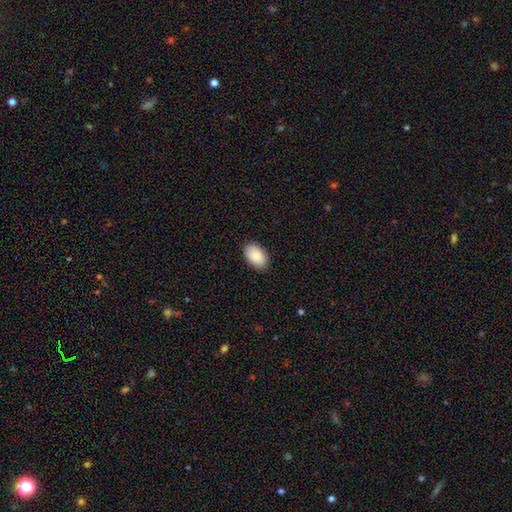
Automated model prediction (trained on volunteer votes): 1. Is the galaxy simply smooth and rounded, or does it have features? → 87% smooth, 7% featured or disk, 6% star or artifact.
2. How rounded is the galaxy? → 92% in between, 7% round, 1% cigar-shaped.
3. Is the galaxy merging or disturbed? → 89% none, 9% minor disturbance, 2% major disturbance, 1% merger.